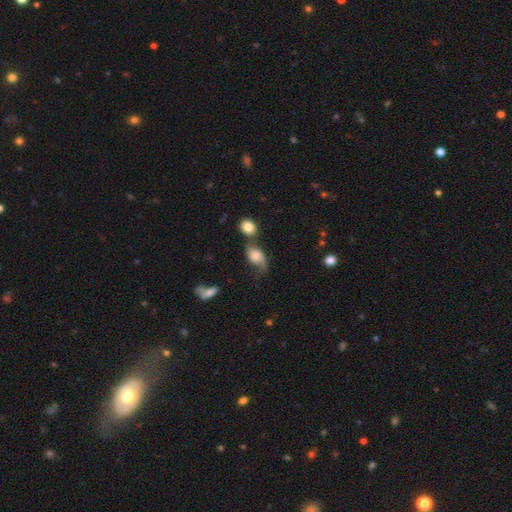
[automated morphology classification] This appears to be a smooth galaxy with no disk features (51%) that is in between round and cigar-shaped (76%). Merging: none (30%).